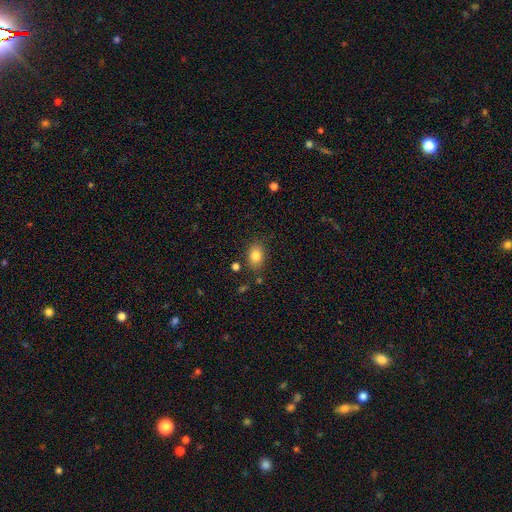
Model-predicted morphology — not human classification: Smooth or featured: smooth — 82% (star or artifact — 10%)
How rounded: in between — 76% (round — 23%)
Merging: none — 81% (minor disturbance — 12%)